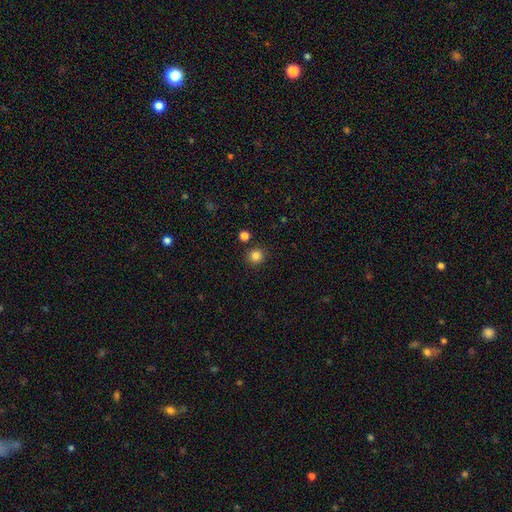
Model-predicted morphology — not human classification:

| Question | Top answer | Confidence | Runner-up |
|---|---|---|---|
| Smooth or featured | smooth | 84% | star or artifact (12%) |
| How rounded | round | 93% | in between (6%) |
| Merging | none | 88% | minor disturbance (6%) |